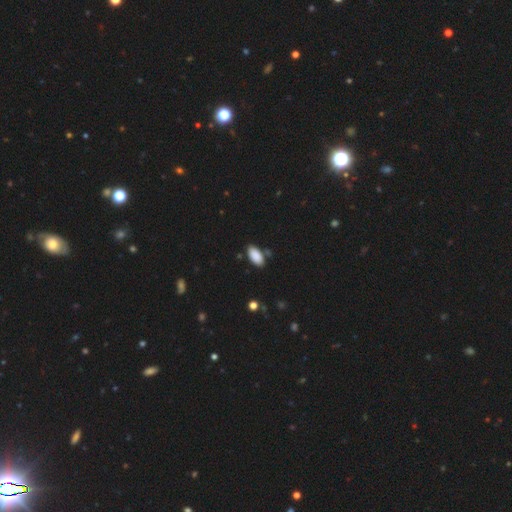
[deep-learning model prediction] A smooth galaxy with no disk features (89%) that is in between round and cigar-shaped (94%). Merging: none (81%).